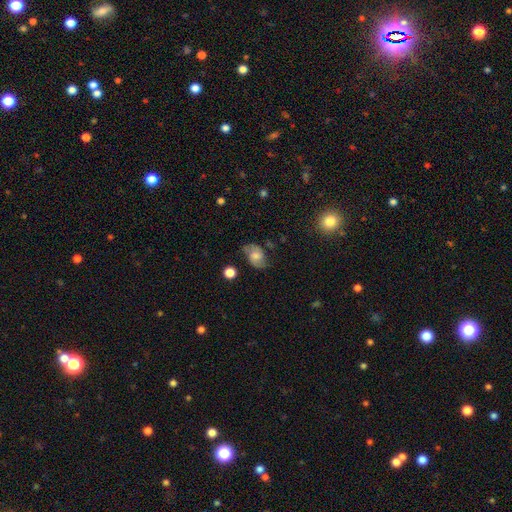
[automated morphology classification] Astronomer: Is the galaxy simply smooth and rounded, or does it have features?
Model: smooth — 45%, tied with featured or disk at 45%.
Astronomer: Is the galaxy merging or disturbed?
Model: none — 63%.